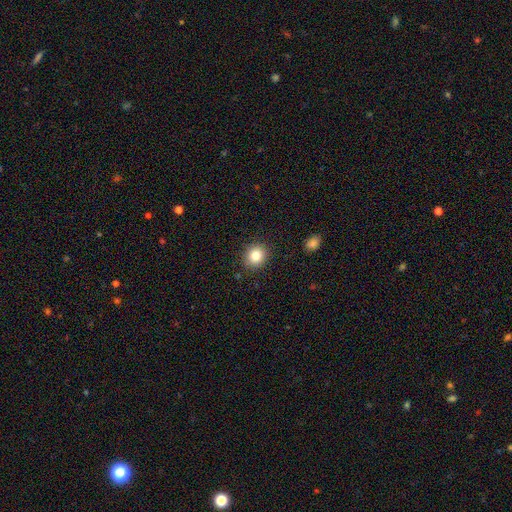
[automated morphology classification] Smooth or featured?
  - smooth: 83% *
  - star or artifact: 10%
  - featured or disk: 7%
How rounded?
  - round: 81% *
  - in between: 18%
  - cigar-shaped: 1%
Merging?
  - none: 89% *
  - minor disturbance: 8%
  - major disturbance: 2%
  - merger: 1%